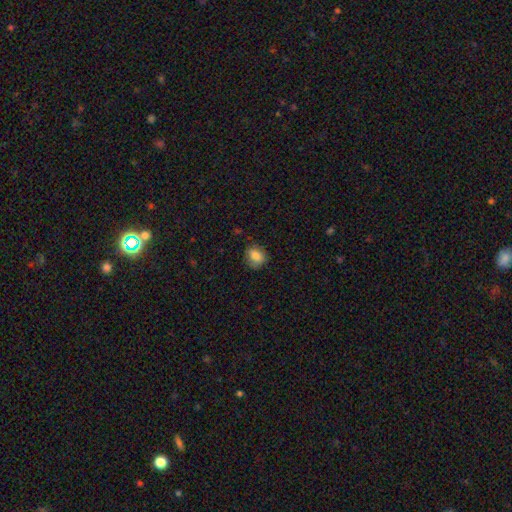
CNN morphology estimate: smooth-or-featured: smooth: 82% | star or artifact: 9% | featured or disk: 9%
  how-rounded: round: 58% | in between: 40% | cigar-shaped: 1%
  merging: none: 79% | minor disturbance: 16% | major disturbance: 4% | merger: 1%